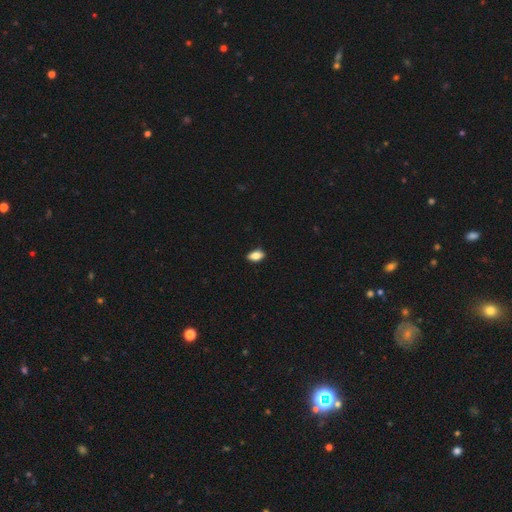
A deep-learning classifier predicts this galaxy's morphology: smooth 85%, star or artifact 8%, featured or disk 7%. Down the decision tree: how rounded — in between (89%); merging — none (86%).